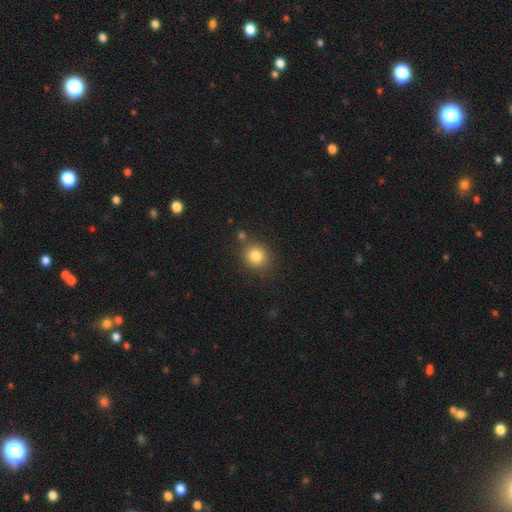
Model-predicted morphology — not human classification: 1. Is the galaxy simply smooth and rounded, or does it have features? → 82% smooth, 11% star or artifact, 7% featured or disk.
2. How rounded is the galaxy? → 83% round, 16% in between, 1% cigar-shaped.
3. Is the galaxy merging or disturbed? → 76% none, 11% minor disturbance, 9% merger, 3% major disturbance.